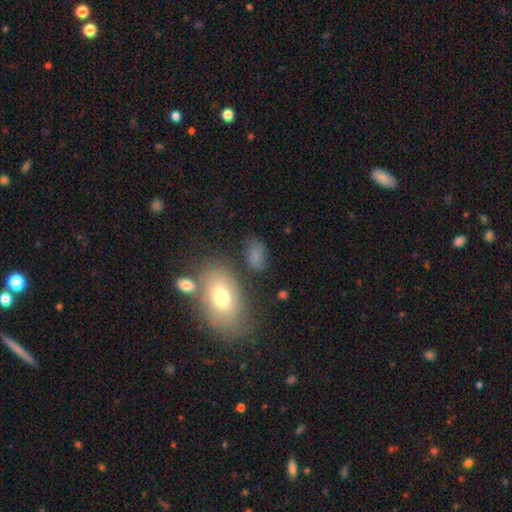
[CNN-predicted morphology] smooth_or_featured: smooth (p=0.74) [alt: featured or disk p=0.13]
how_rounded: in between (p=0.85) [alt: round p=0.13]
merging: none (p=0.62) [alt: minor disturbance p=0.20]